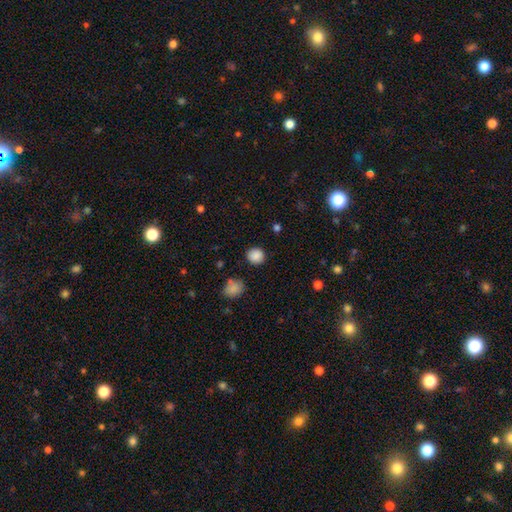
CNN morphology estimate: Overall: smooth (87%). How rounded: round (89%). Merging: none (87%).